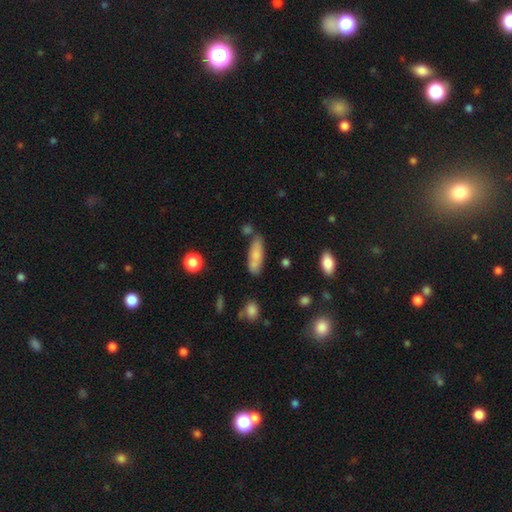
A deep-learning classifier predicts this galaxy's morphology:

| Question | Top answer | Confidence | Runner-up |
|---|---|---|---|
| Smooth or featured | smooth | 77% | featured or disk (16%) |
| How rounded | in between | 56% | cigar-shaped (42%) |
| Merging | none | 69% | minor disturbance (18%) |